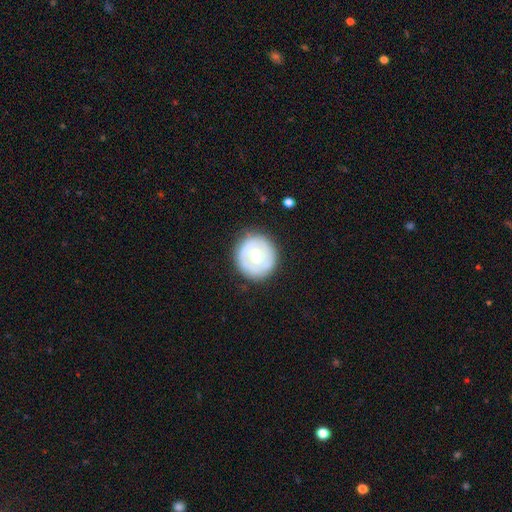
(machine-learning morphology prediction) Smooth or featured? smooth (51%)
How rounded? round (94%)
Merging? none (85%)